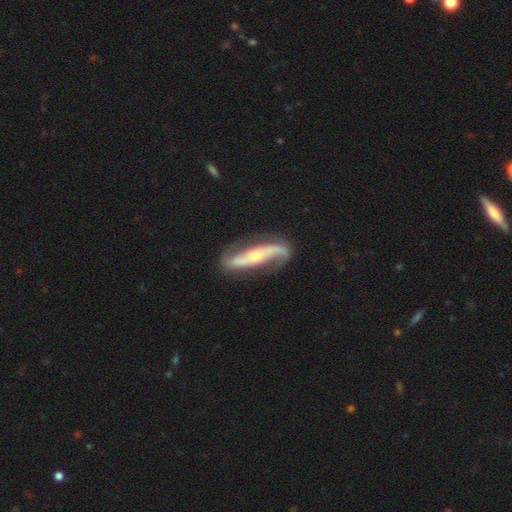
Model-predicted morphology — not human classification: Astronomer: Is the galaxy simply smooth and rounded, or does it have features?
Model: featured or disk — 87%.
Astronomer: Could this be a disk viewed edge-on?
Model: no — 84%.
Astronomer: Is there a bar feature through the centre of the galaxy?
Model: strong — 42% (runner-up: no, 37%).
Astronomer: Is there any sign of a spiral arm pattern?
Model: yes — 95%.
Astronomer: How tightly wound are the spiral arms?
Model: loose — 55%.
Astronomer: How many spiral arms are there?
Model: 2 — 91%.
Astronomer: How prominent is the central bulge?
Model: small — 59% (runner-up: moderate, 36%).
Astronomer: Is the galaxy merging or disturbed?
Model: none — 77%.